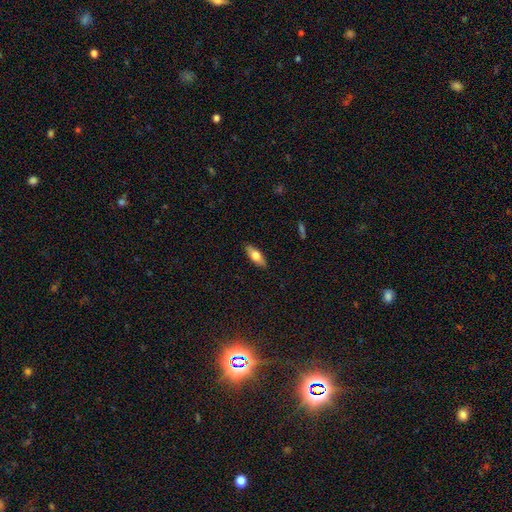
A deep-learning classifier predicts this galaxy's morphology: smooth-or-featured: smooth: 63% | featured or disk: 30% | star or artifact: 6%
  how-rounded: in between: 71% | cigar-shaped: 26% | round: 3%
  merging: none: 87% | minor disturbance: 10% | major disturbance: 2% | merger: 1%